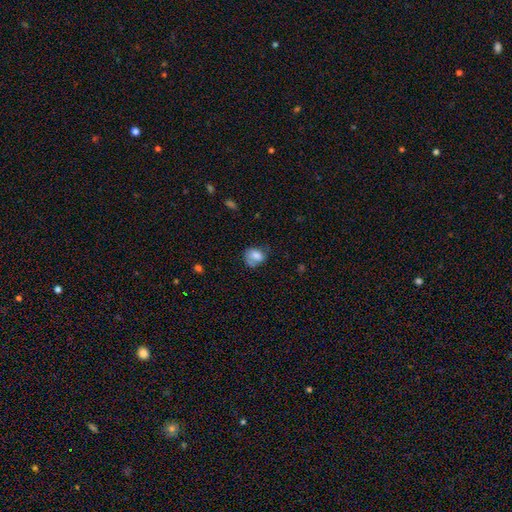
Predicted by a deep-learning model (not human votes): Smooth or featured?
  - smooth: 71% *
  - featured or disk: 20%
  - star or artifact: 9%
How rounded?
  - in between: 52% *
  - round: 47%
  - cigar-shaped: 1%
Merging?
  - none: 46% *
  - minor disturbance: 31%
  - major disturbance: 17%
  - merger: 5%